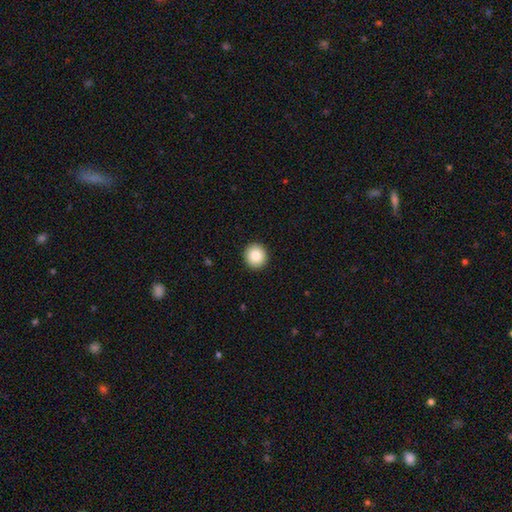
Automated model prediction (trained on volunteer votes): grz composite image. It shows a smooth galaxy with no disk features (86%) that is round (92%). Merging: none (93%).